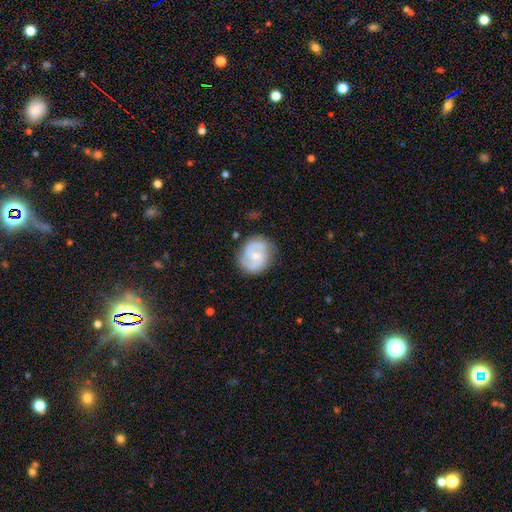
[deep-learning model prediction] Smooth or featured? featured or disk (76%)
Edge-on disk? no (98%)
Bar? no (45%, tied with weak)
Spiral arms? yes (91%)
Spiral winding? medium (48%)
Spiral arm count? 2 (85%)
Bulge size? small (51%)
Merging? none (78%)